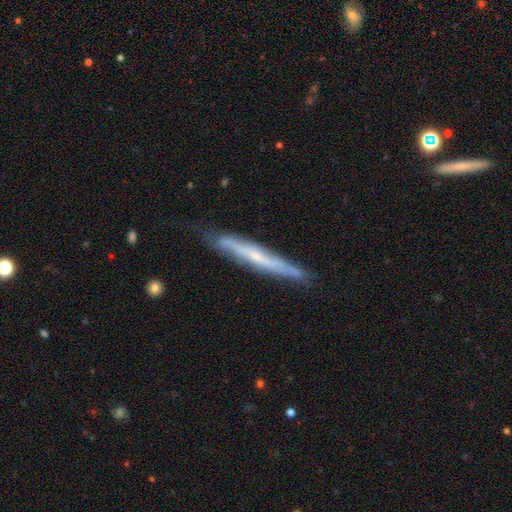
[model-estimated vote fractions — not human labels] A featured or disk galaxy (63%) viewed edge-on (87%) with no central bulge (61%). Merging: none (74%).